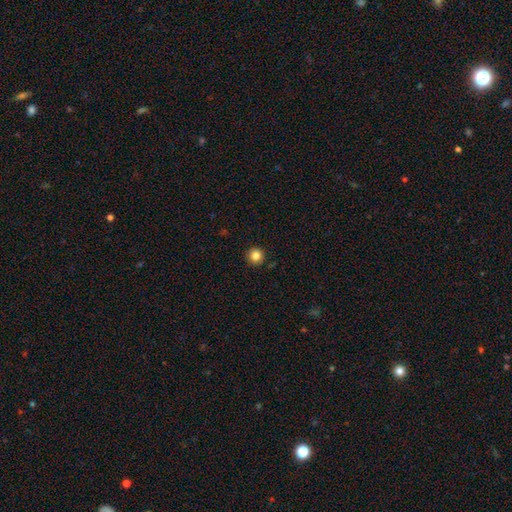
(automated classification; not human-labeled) smooth_or_featured: smooth (p=0.84) [alt: star or artifact p=0.11]
how_rounded: round (p=0.95) [alt: in between p=0.04]
merging: none (p=0.92) [alt: minor disturbance p=0.05]